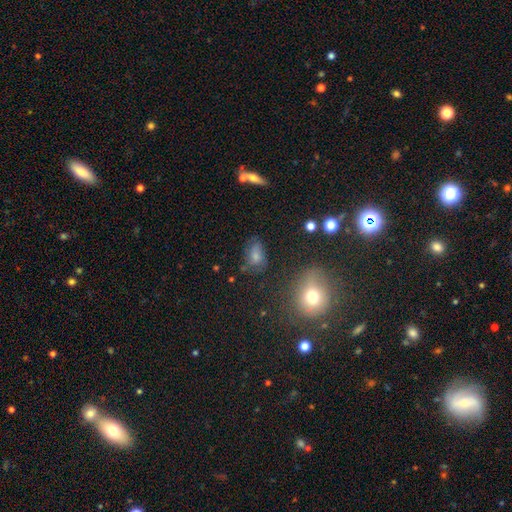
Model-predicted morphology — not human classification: Smooth or featured: smooth — 63% (featured or disk — 19%)
How rounded: in between — 80% (round — 18%)
Merging: none — 55% (minor disturbance — 26%)